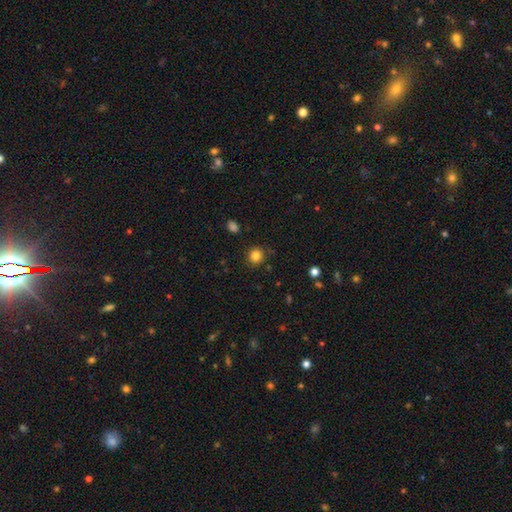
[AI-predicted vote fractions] Smooth or featured: smooth — 84% (star or artifact — 11%)
How rounded: round — 89% (in between — 10%)
Merging: none — 86% (minor disturbance — 9%)